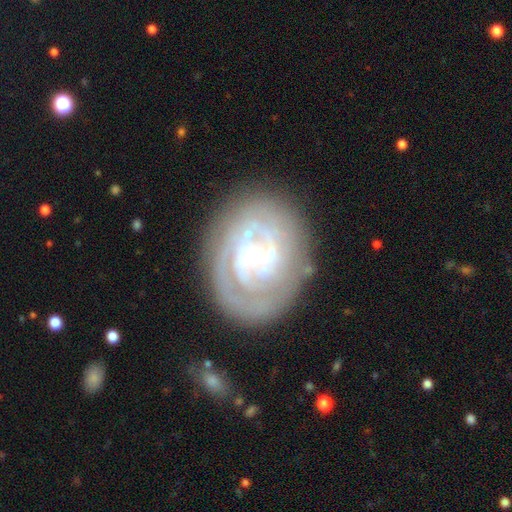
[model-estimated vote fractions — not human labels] Morphology: type=featured or disk (82%); edge-on=no (97%); bar=weak (42%); spiral arms=yes (90%); winding=tight (63%); arm count=2 (39%); bulge=small (72%); merging=none (73%).